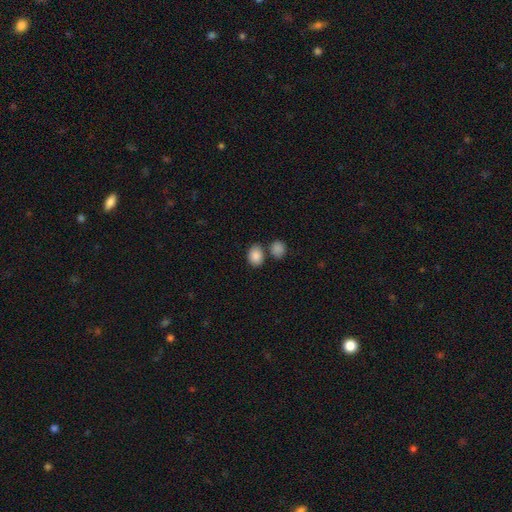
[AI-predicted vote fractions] Q: Smooth or featured?
A: smooth (87%); runner-up: star or artifact (8%)
Q: How rounded?
A: in between (64%); runner-up: round (35%)
Q: Merging?
A: none (64%); runner-up: merger (21%)